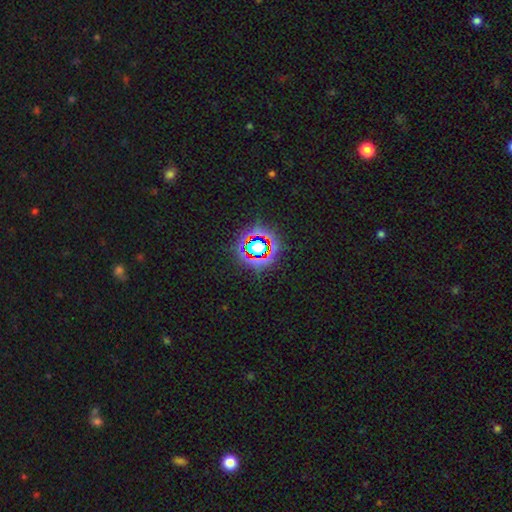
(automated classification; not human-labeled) This appears to be a star or artifact, not a galaxy (73%).